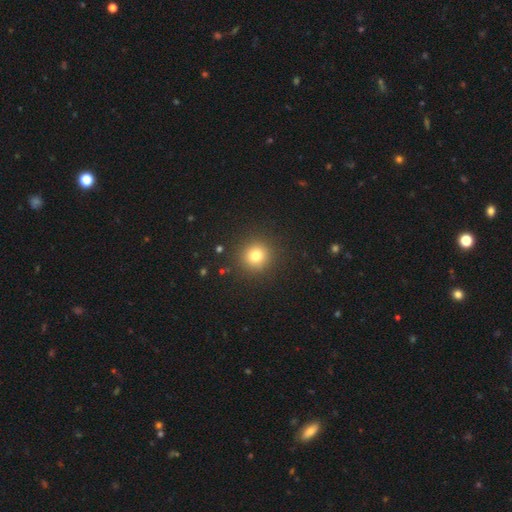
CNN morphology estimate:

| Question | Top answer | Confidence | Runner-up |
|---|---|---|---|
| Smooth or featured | smooth | 78% | star or artifact (14%) |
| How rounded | round | 94% | in between (5%) |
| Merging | none | 91% | minor disturbance (5%) |